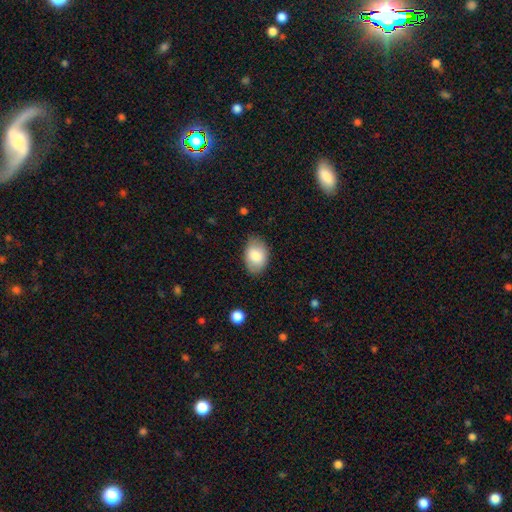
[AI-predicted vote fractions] The model was most divided on "merging": none: 78%, minor disturbance: 18%, major disturbance: 4%, merger: 1%. More confident: how rounded — in between (86%); smooth or featured — smooth (83%).